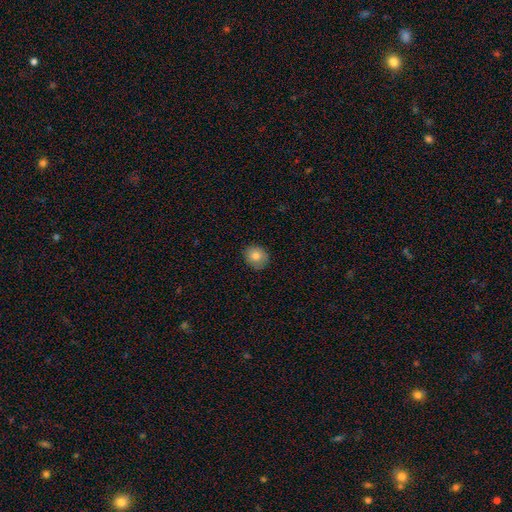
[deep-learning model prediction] Smooth or featured: smooth — 82% (star or artifact — 9%)
How rounded: round — 77% (in between — 22%)
Merging: none — 86% (minor disturbance — 11%)